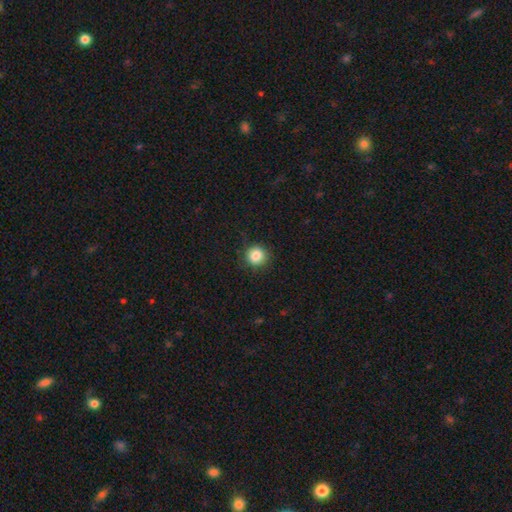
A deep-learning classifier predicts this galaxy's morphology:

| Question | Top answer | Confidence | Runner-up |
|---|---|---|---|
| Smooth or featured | smooth | 86% | star or artifact (10%) |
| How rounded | round | 91% | in between (8%) |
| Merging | none | 88% | minor disturbance (9%) |